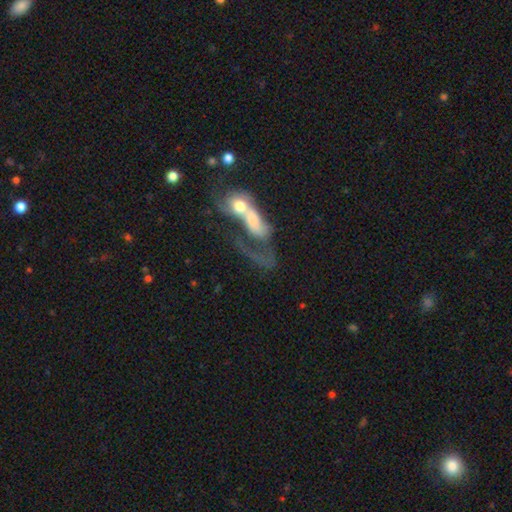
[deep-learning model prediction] Smooth or featured? Predicted: featured or disk (p=0.56). Edge-on disk? Predicted: no (p=0.86). Merging? Predicted: merger (p=0.63).